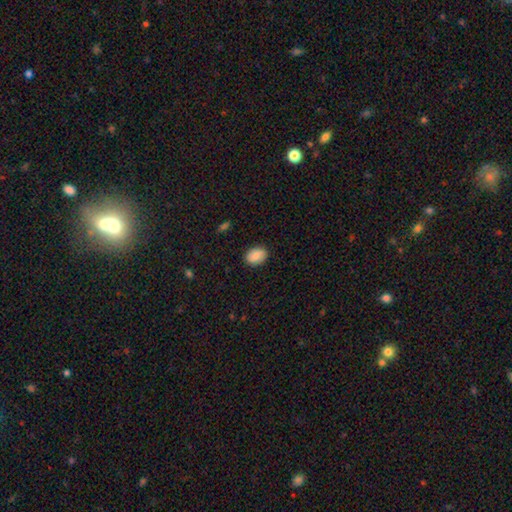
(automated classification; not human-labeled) smooth_or_featured: smooth (p=0.86) [alt: star or artifact p=0.07]
how_rounded: in between (p=0.75) [alt: round p=0.23]
merging: none (p=0.88) [alt: minor disturbance p=0.09]